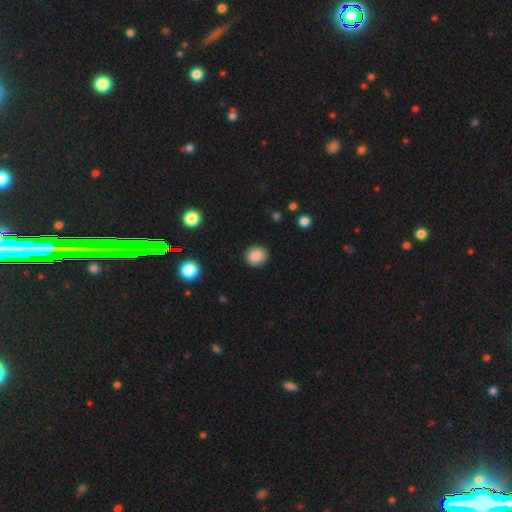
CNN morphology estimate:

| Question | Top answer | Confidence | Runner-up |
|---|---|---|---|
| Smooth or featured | smooth | 87% | star or artifact (9%) |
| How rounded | round | 82% | in between (17%) |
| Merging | none | 89% | minor disturbance (7%) |